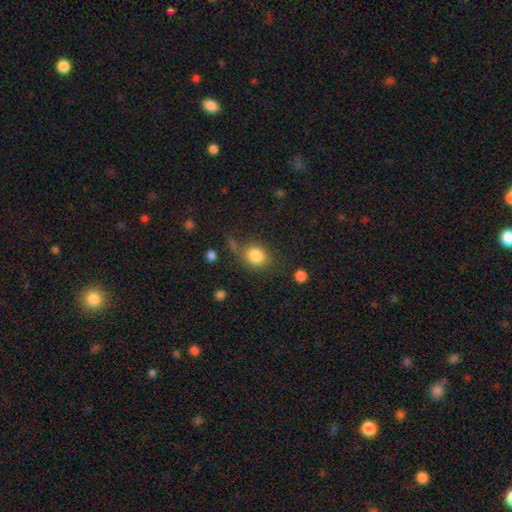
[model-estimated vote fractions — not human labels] smooth-or-featured: smooth: 83% | star or artifact: 10% | featured or disk: 8%
  how-rounded: round: 61% | in between: 37% | cigar-shaped: 1%
  merging: none: 63% | minor disturbance: 19% | major disturbance: 10% | merger: 7%